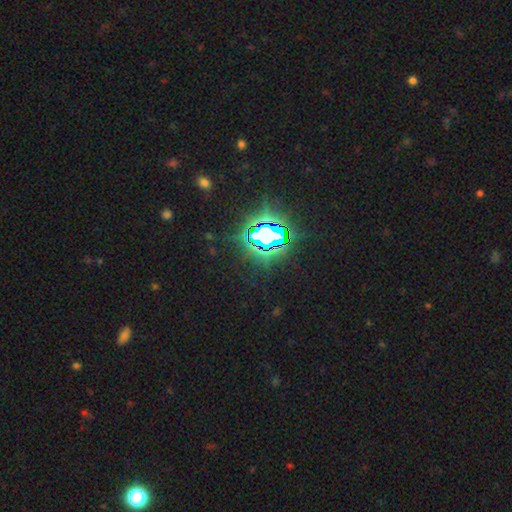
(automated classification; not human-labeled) A star or artifact, not a galaxy (83%).